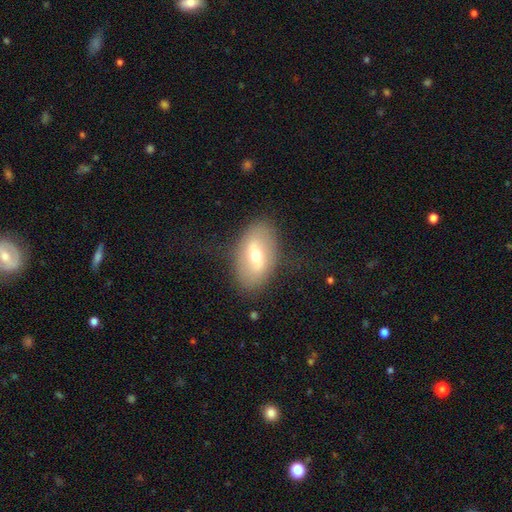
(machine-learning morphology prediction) Overall: featured or disk (50%; smooth 43%). Merging: none (80%).